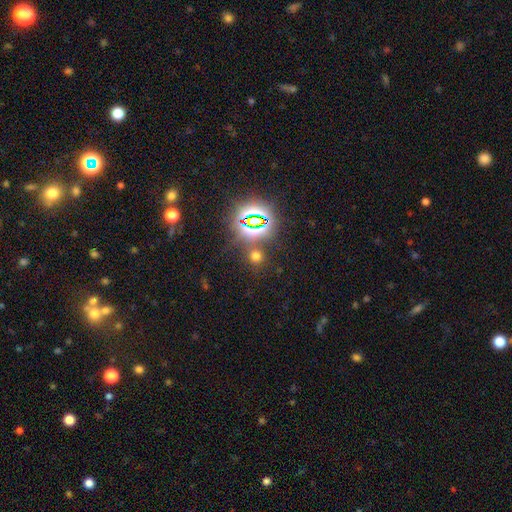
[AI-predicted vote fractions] This appears to be a smooth galaxy with no disk features (51%) that is round (84%). Merging: none (79%).